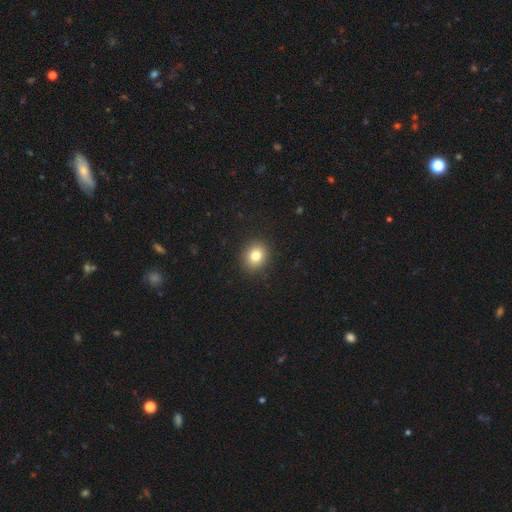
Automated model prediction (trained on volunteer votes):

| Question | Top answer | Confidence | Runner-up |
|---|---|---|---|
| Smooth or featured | smooth | 81% | star or artifact (11%) |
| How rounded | round | 72% | in between (27%) |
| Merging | none | 91% | minor disturbance (6%) |